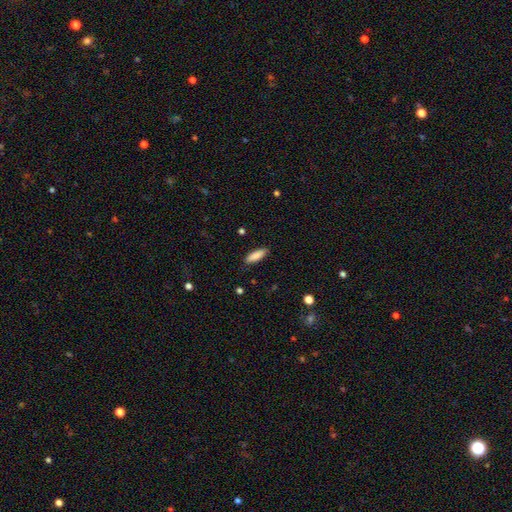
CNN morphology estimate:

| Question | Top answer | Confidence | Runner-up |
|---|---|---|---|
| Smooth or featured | smooth | 87% | featured or disk (7%) |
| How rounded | in between | 54% | cigar-shaped (44%) |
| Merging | none | 86% | minor disturbance (10%) |